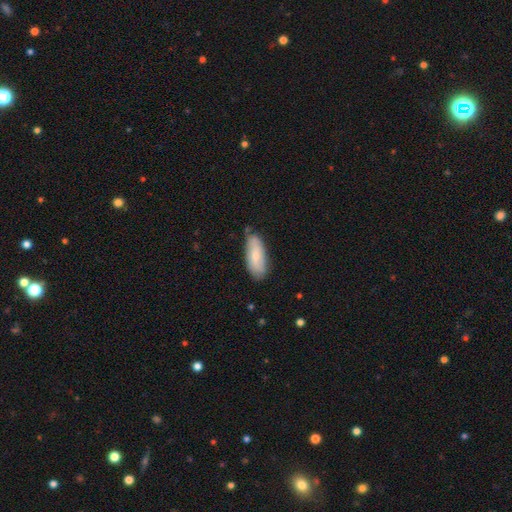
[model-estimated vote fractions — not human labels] Smooth or featured? smooth (71%)
How rounded? in between (79%)
Merging? none (73%)